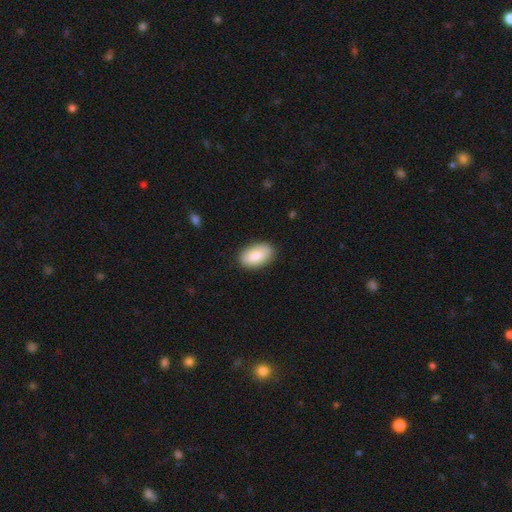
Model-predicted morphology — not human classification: smooth-or-featured: smooth: 86% | featured or disk: 8% | star or artifact: 6%
  how-rounded: in between: 94% | round: 5% | cigar-shaped: 2%
  merging: none: 86% | minor disturbance: 11% | major disturbance: 2% | merger: 1%